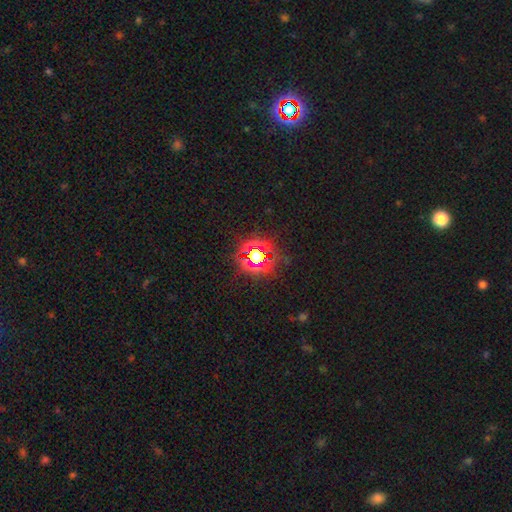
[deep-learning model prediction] Overall: star or artifact (72%).